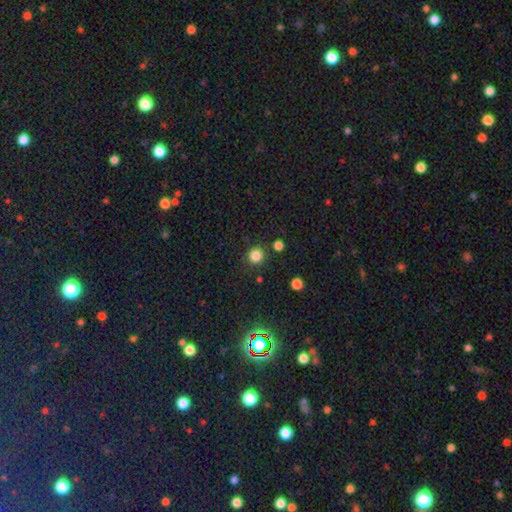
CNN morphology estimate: Q: Smooth or featured?
A: smooth (82%); runner-up: star or artifact (14%)
Q: How rounded?
A: round (91%); runner-up: in between (8%)
Q: Merging?
A: none (86%); runner-up: minor disturbance (8%)